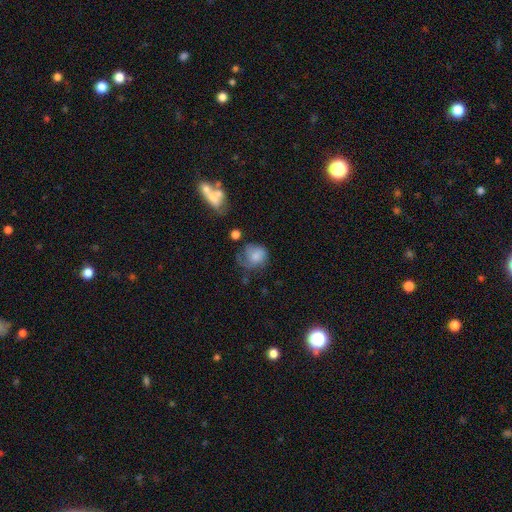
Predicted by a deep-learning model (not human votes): smooth_or_featured: smooth (p=0.62) [alt: featured or disk p=0.29]
how_rounded: round (p=0.64) [alt: in between p=0.35]
merging: none (p=0.39) [alt: minor disturbance p=0.29]